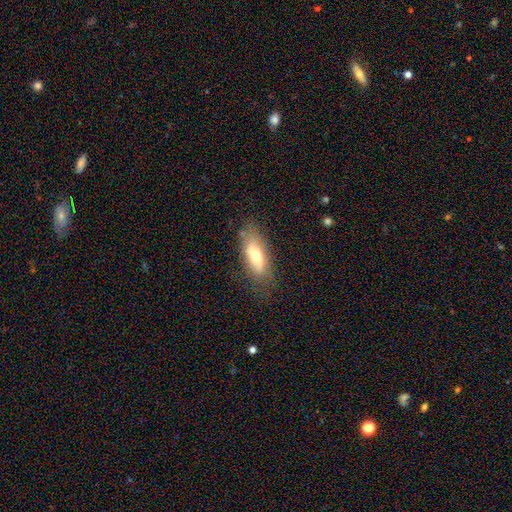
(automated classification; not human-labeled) Smooth or featured? Predicted: smooth (p=0.64). How rounded? Predicted: in between (p=0.72). Merging? Predicted: none (p=0.74).